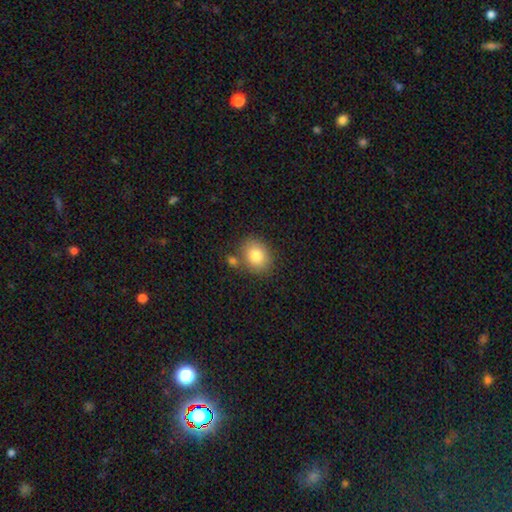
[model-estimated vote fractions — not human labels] Smooth or featured? smooth (81%)
How rounded? round (54%)
Merging? none (72%)